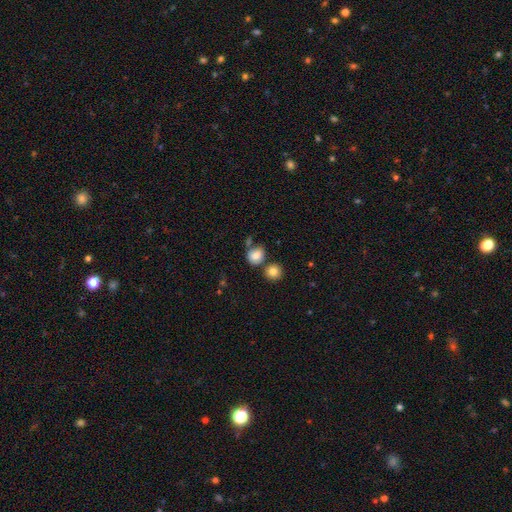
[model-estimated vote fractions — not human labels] Smooth or featured? Predicted: smooth (p=0.83). How rounded? Predicted: round (p=0.69). Merging? Predicted: none (p=0.59).